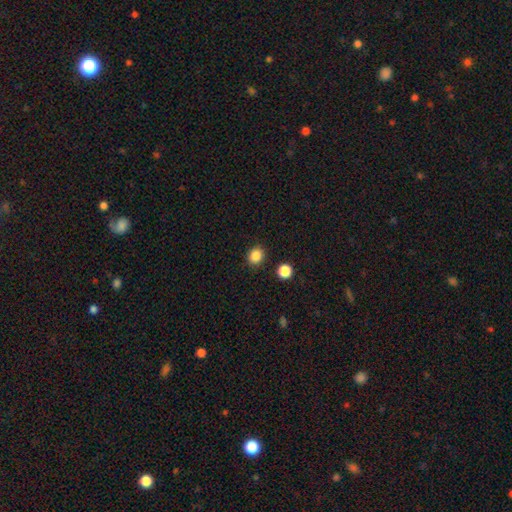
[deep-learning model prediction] Morphology: type=smooth (85%); roundness=round (69%); merging=none (87%).